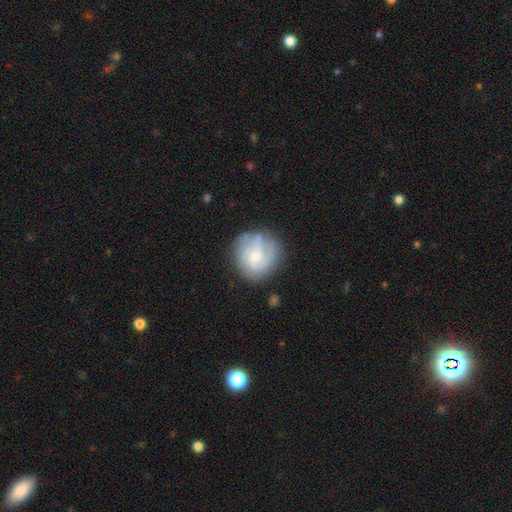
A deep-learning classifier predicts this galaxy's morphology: A featured or disk galaxy (61%) with no bar (73%), tight (43%) spiral arms (86%) and a small central bulge (54%). Merging: none (74%).